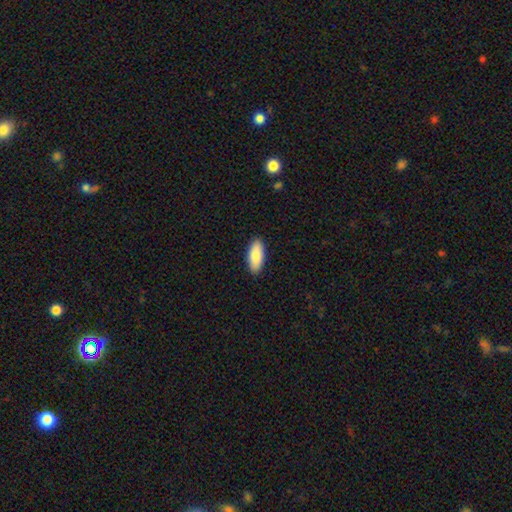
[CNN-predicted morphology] Overall: smooth (87%). How rounded: in between (85%). Merging: none (90%).